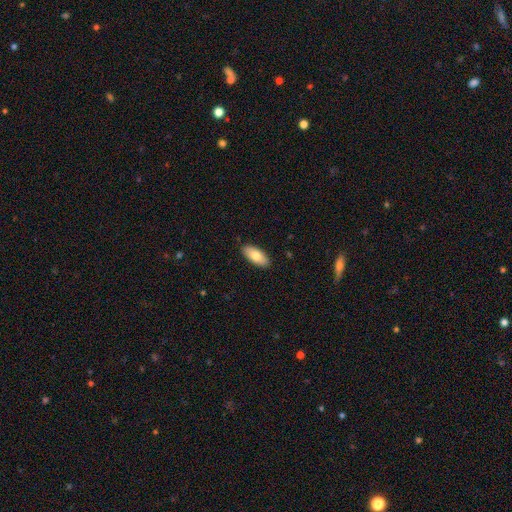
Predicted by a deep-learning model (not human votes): A smooth galaxy with no disk features (80%) that is in between round and cigar-shaped (89%).

Vote fractions:
- Smooth or featured? smooth: 80% / featured or disk: 14% / star or artifact: 6%
- How rounded? in between: 89% / cigar-shaped: 9% / round: 2%
- Merging? none: 89% / minor disturbance: 8% / major disturbance: 2% / merger: 1%